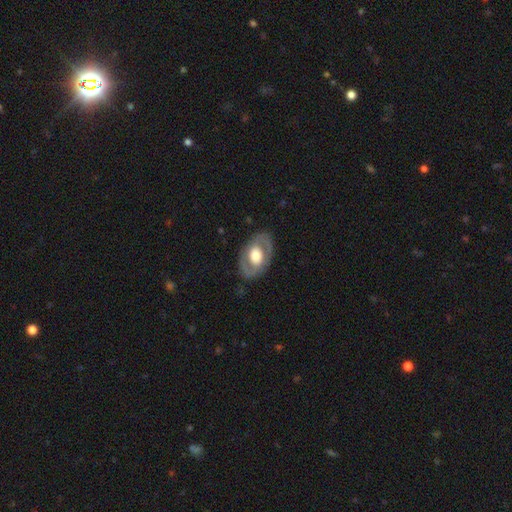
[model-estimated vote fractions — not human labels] Smooth or featured?
  - featured or disk: 63% *
  - smooth: 32%
  - star or artifact: 5%
Edge-on disk?
  - no: 93% *
  - yes: 7%
Bar?
  - no: 72% *
  - weak: 20%
  - strong: 7%
Spiral arms?
  - no: 62% *
  - yes: 38%
Bulge size?
  - moderate: 47% *
  - large: 45%
  - small: 4%
  - dominant: 4%
  - none: 1%
Merging?
  - none: 81% *
  - minor disturbance: 12%
  - major disturbance: 5%
  - merger: 1%